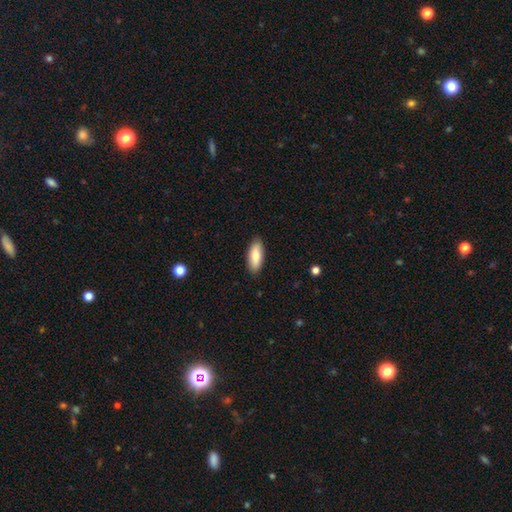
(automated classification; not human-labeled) Smooth or featured?
  - smooth: 82% *
  - featured or disk: 12%
  - star or artifact: 6%
How rounded?
  - in between: 78% *
  - cigar-shaped: 20%
  - round: 2%
Merging?
  - none: 88% *
  - minor disturbance: 9%
  - major disturbance: 2%
  - merger: 1%